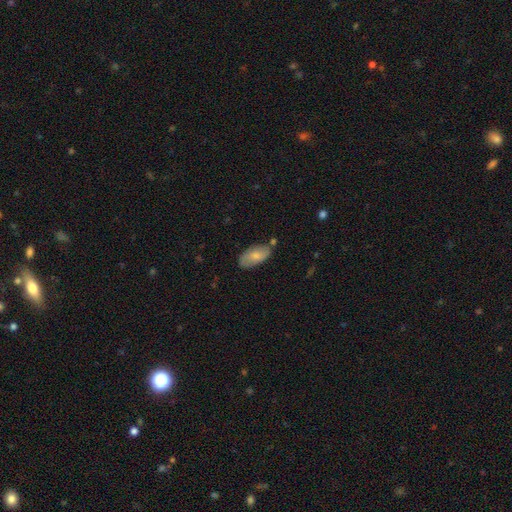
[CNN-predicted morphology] smooth 72%, featured or disk 22%, star or artifact 6%. Down the decision tree: how rounded — in between (93%); merging — none (70%).